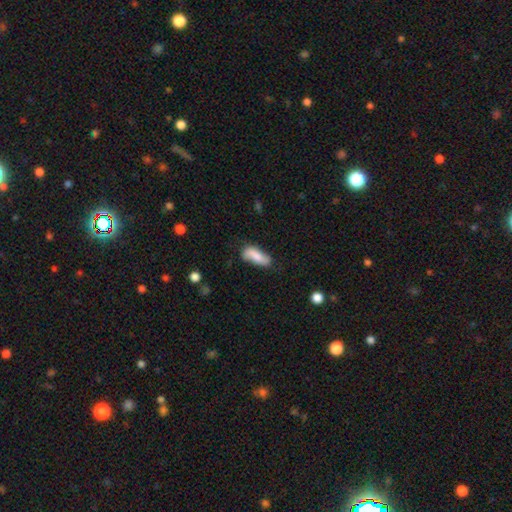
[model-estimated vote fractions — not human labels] Smooth or featured: smooth — 67% (featured or disk — 26%)
How rounded: in between — 71% (cigar-shaped — 26%)
Merging: none — 59% (minor disturbance — 28%)